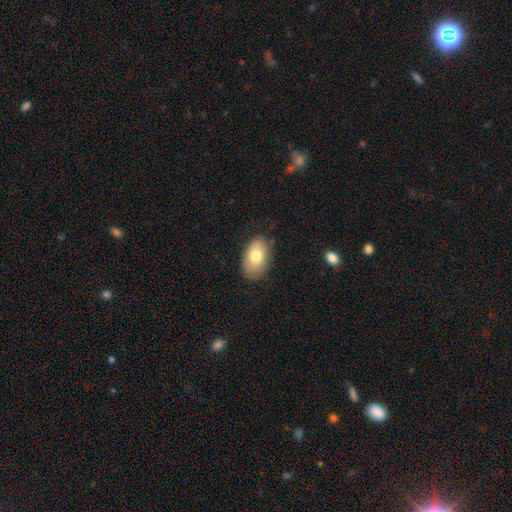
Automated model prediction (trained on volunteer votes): smooth 75%, featured or disk 18%, star or artifact 7%. Down the decision tree: how rounded — in between (91%); merging — none (79%).